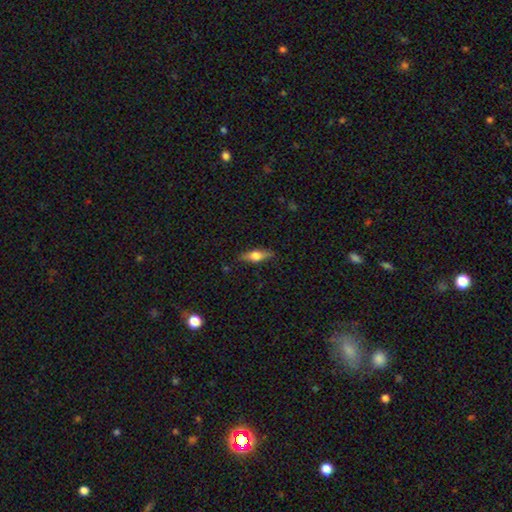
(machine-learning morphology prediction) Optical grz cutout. It shows a featured or disk galaxy (48%). Merging: none (85%).